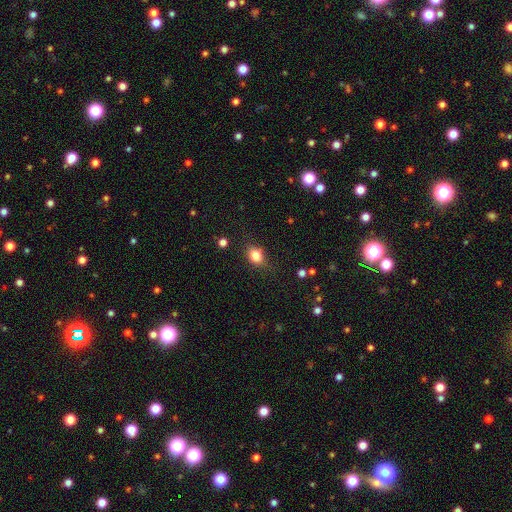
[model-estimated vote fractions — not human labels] A smooth galaxy with no disk features (80%) that is round (50%).

Vote fractions:
- Smooth or featured? smooth: 80% / star or artifact: 11% / featured or disk: 8%
- How rounded? round: 50% / in between: 49% / cigar-shaped: 2%
- Merging? none: 75% / minor disturbance: 19% / major disturbance: 5% / merger: 1%